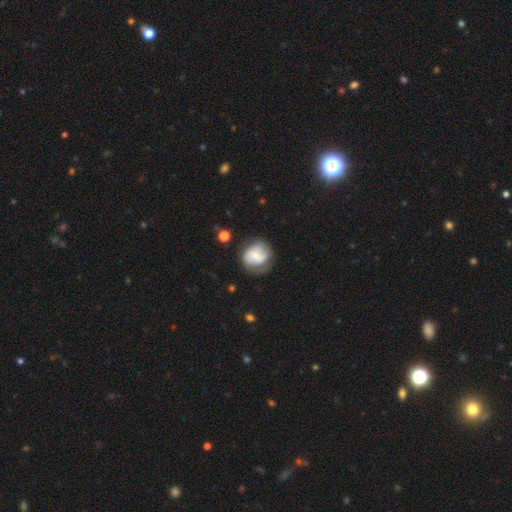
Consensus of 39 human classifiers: Smooth or featured? 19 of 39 (49%) said smooth. How rounded? 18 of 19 (95%) said round. Merging? 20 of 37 (54%) said none.